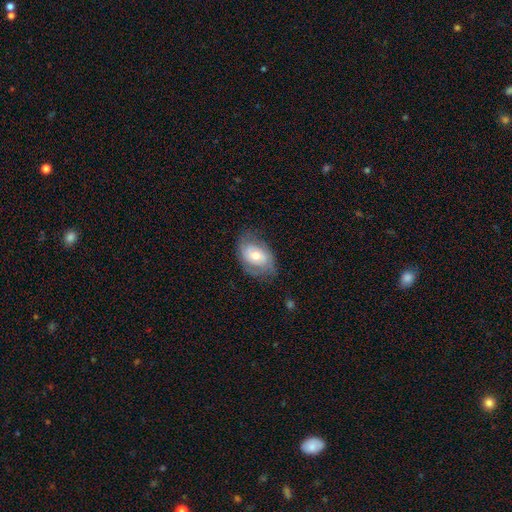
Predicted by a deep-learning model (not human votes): Smooth or featured?
  - smooth: 46% * (tied)
  - featured or disk: 46% * (tied)
  - star or artifact: 7%
Merging?
  - none: 65% *
  - minor disturbance: 24%
  - major disturbance: 10%
  - merger: 1%